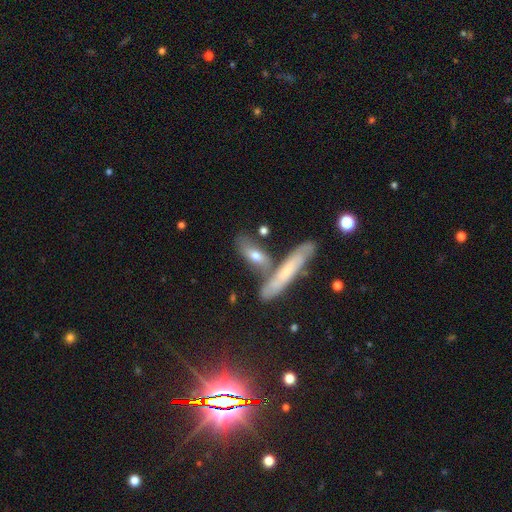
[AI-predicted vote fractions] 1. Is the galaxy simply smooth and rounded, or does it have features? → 59% smooth, 35% featured or disk, 6% star or artifact.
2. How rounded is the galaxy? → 55% cigar-shaped, 41% in between, 3% round.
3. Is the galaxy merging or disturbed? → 49% none, 33% merger, 13% minor disturbance, 5% major disturbance.